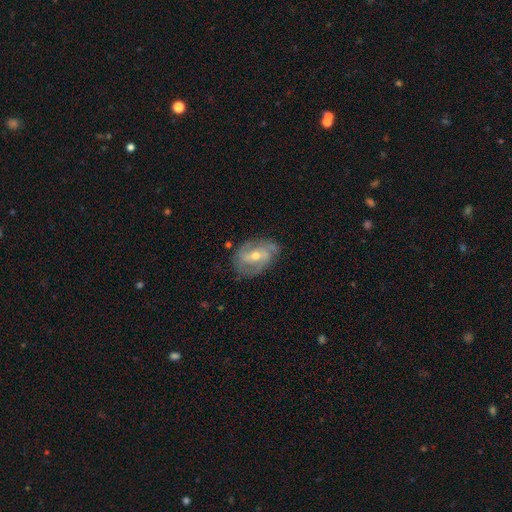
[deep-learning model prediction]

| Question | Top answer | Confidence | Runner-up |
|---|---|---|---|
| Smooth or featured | featured or disk | 79% | smooth (14%) |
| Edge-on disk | no | 95% | yes (5%) |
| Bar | weak | 43% | no (34%) |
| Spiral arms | yes | 89% | no (11%) |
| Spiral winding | medium | 44% | tight (32%) |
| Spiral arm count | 2 | 50% | can't tell (20%) |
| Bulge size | moderate | 55% | small (42%) |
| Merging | none | 69% | minor disturbance (21%) |